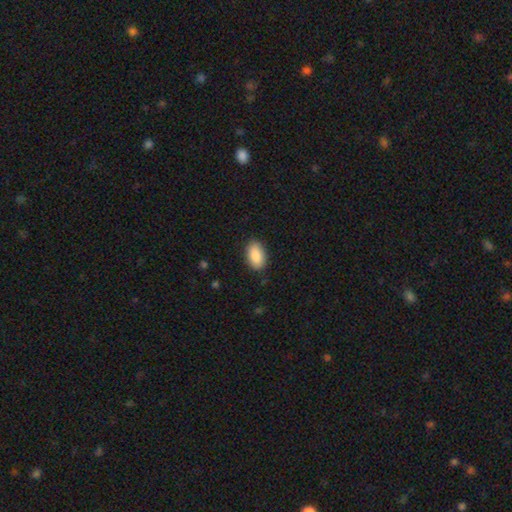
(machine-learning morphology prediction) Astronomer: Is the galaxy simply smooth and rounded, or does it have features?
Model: smooth — 89%.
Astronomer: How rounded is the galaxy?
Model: in between — 94%.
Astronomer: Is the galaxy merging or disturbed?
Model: none — 88%.